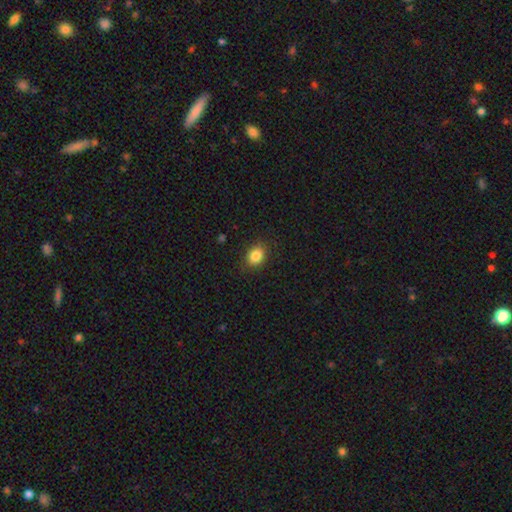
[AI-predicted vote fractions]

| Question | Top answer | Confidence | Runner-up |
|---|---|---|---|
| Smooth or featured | smooth | 86% | star or artifact (9%) |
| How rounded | in between | 61% | round (38%) |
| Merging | none | 86% | minor disturbance (10%) |